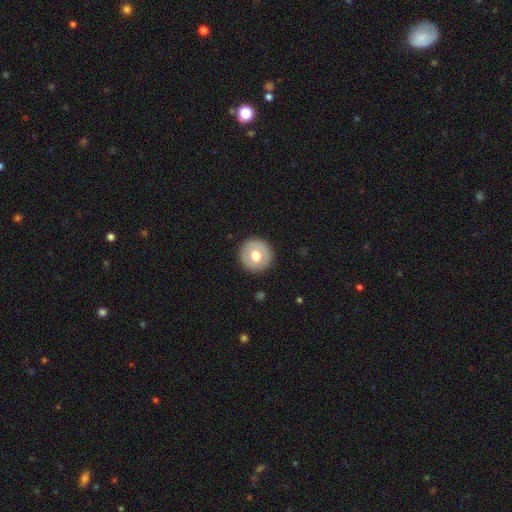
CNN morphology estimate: This appears to be a smooth galaxy with no disk features (63%) that is round (95%). Merging: none (90%).